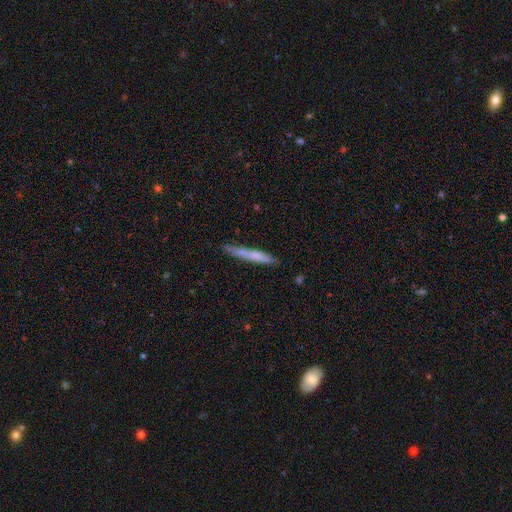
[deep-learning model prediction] Smooth or featured? smooth (65%)
How rounded? cigar-shaped (94%)
Merging? none (75%)